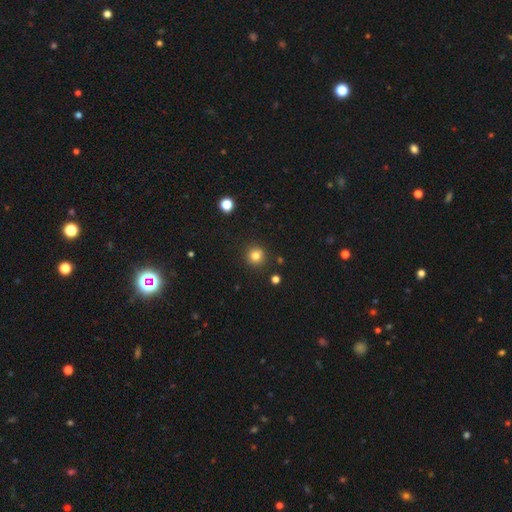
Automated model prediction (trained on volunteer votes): A smooth galaxy with no disk features (81%) that is round (94%).

Vote fractions:
- Smooth or featured? smooth: 81% / star or artifact: 13% / featured or disk: 6%
- How rounded? round: 94% / in between: 5% / cigar-shaped: 1%
- Merging? none: 90% / minor disturbance: 6% / merger: 2% / major disturbance: 2%